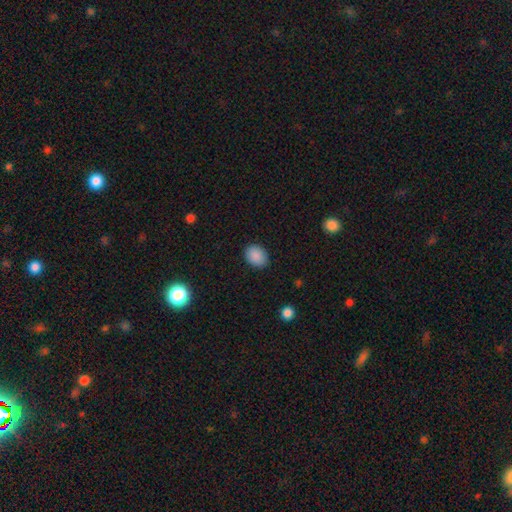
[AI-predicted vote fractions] Smooth or featured? Predicted: smooth (p=0.89). How rounded? Predicted: in between (p=0.66). Merging? Predicted: none (p=0.86).